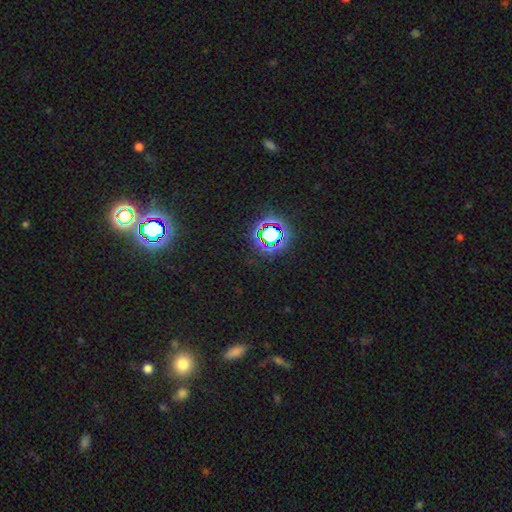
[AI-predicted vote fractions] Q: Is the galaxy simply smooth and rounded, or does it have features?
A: star or artifact — 78%.